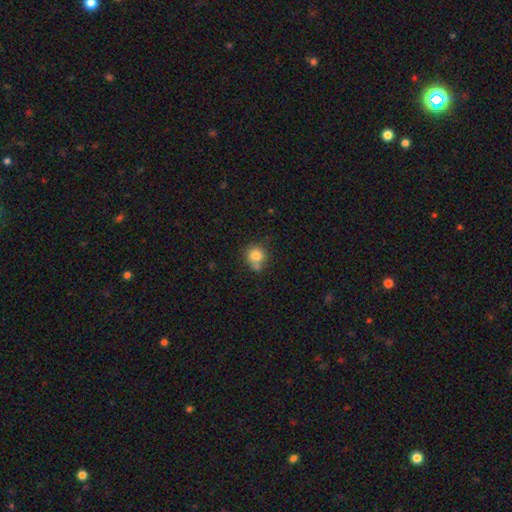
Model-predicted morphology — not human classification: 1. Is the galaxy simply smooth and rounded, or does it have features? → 81% smooth, 10% star or artifact, 8% featured or disk.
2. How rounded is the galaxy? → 88% round, 11% in between, 1% cigar-shaped.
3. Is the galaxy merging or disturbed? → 55% none, 24% merger, 16% minor disturbance, 5% major disturbance.